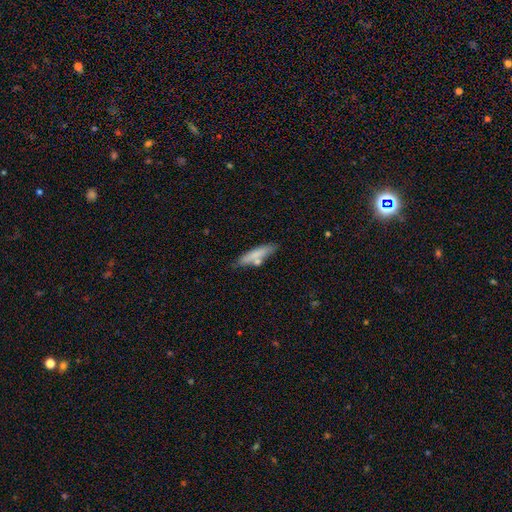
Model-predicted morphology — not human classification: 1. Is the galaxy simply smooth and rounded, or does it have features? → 74% smooth, 19% featured or disk, 6% star or artifact.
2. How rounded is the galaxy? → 77% cigar-shaped, 21% in between, 2% round.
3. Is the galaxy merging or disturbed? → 71% none, 15% minor disturbance, 11% merger, 3% major disturbance.